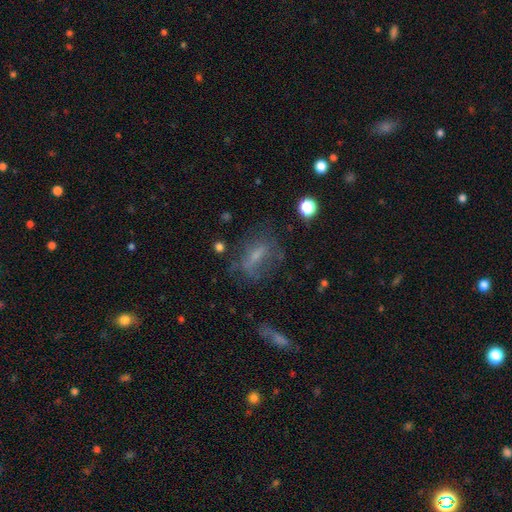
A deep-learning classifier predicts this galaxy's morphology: Overall: smooth (43%; featured or disk 40%). Merging: none (55%; minor disturbance 21%).